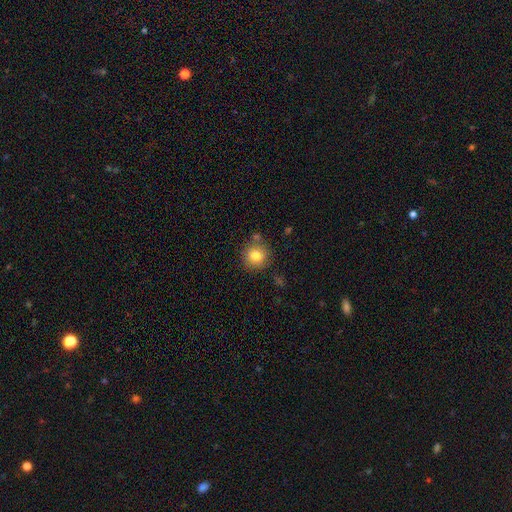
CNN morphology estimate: Q: Smooth or featured?
A: smooth (82%); runner-up: star or artifact (10%)
Q: How rounded?
A: round (90%); runner-up: in between (9%)
Q: Merging?
A: none (78%); runner-up: minor disturbance (12%)